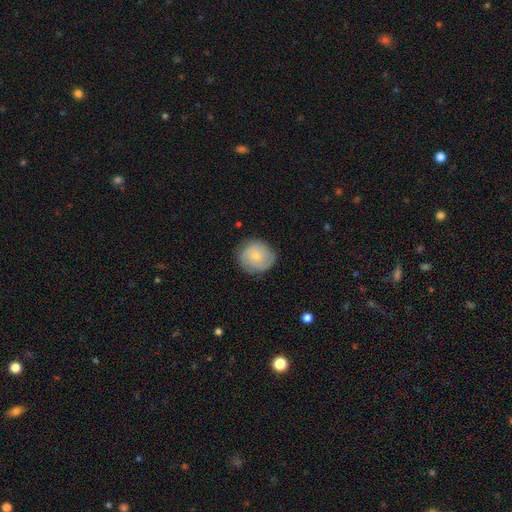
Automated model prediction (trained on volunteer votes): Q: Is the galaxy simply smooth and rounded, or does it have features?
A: smooth — 57%.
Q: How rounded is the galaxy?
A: round — 85%.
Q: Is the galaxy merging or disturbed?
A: none — 78%.